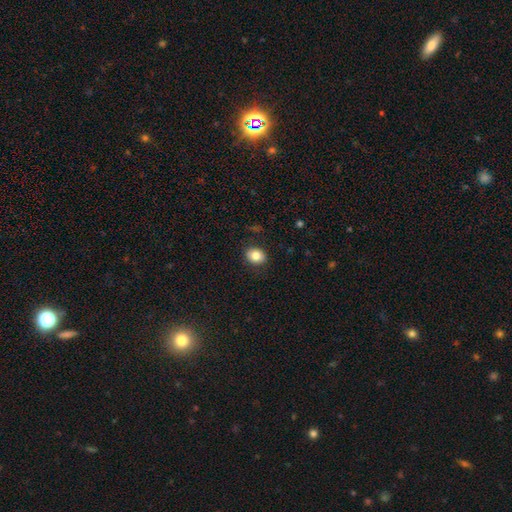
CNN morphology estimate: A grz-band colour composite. It shows a smooth galaxy with no disk features (85%) that is in between round and cigar-shaped (53%). Merging: none (86%).